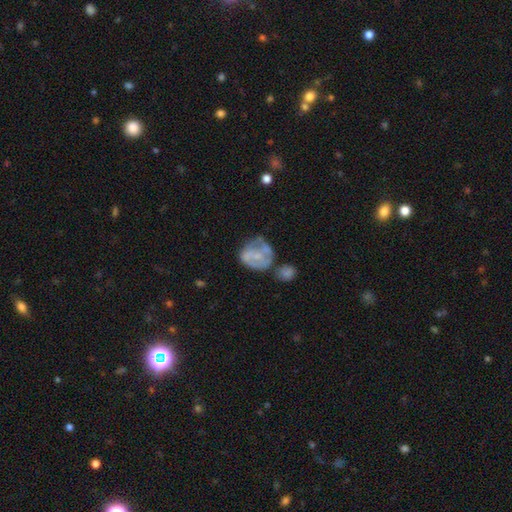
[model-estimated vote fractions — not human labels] Smooth or featured: featured or disk — 50% (smooth — 41%)
Merging: none — 35% (minor disturbance — 26%)